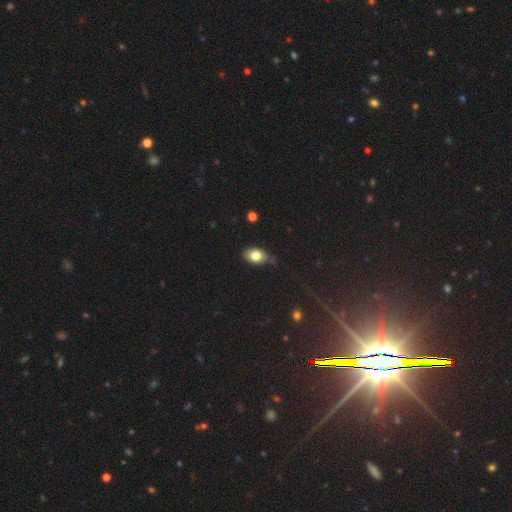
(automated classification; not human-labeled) smooth-or-featured: smooth: 77% | featured or disk: 14% | star or artifact: 9%
  how-rounded: in between: 82% | round: 16% | cigar-shaped: 2%
  merging: none: 59% | minor disturbance: 31% | major disturbance: 7% | merger: 3%